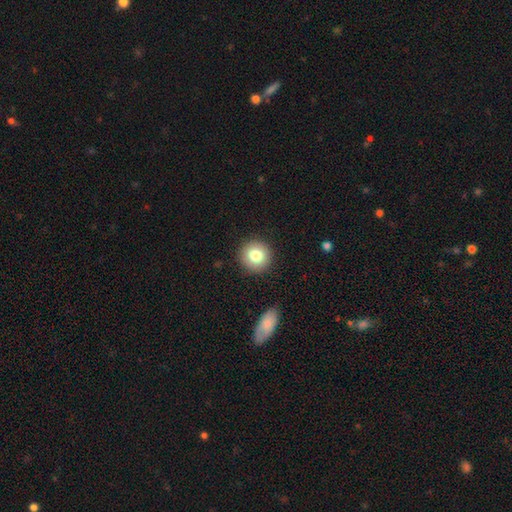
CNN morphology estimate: smooth_or_featured: smooth (p=0.81) [alt: featured or disk p=0.10]
how_rounded: round (p=0.94) [alt: in between p=0.05]
merging: none (p=0.91) [alt: minor disturbance p=0.06]